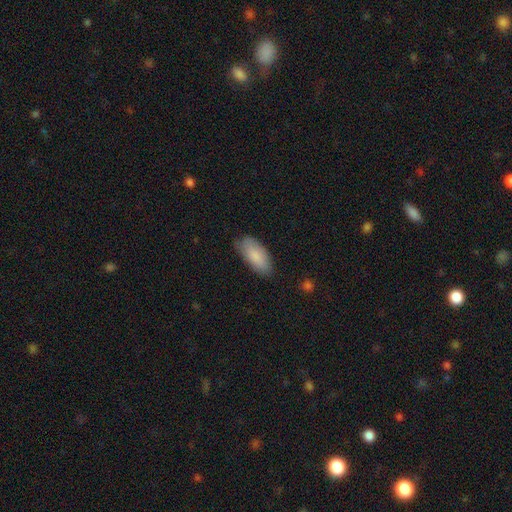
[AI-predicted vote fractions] Smooth or featured?
  - smooth: 86% *
  - featured or disk: 8%
  - star or artifact: 6%
How rounded?
  - in between: 87% *
  - cigar-shaped: 11%
  - round: 2%
Merging?
  - none: 77% *
  - minor disturbance: 19%
  - major disturbance: 3%
  - merger: 1%